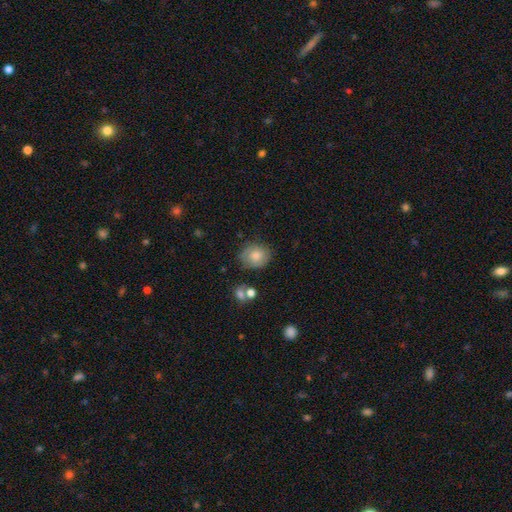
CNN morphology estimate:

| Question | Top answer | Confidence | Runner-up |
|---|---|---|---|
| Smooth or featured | smooth | 71% | featured or disk (21%) |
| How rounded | round | 72% | in between (27%) |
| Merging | none | 70% | minor disturbance (21%) |